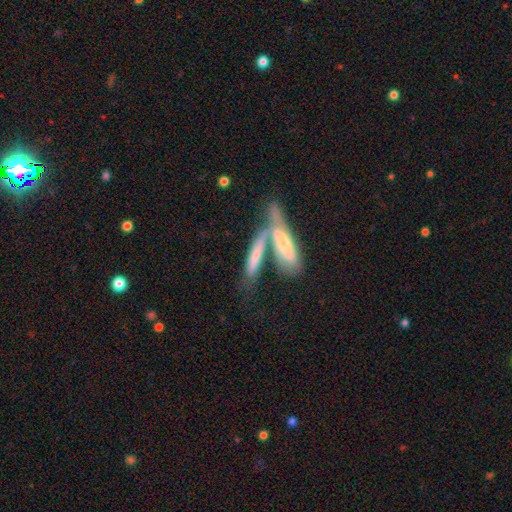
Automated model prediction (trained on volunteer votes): Morphology: type=smooth (56%); roundness=cigar-shaped (75%); merging=merger (56%).